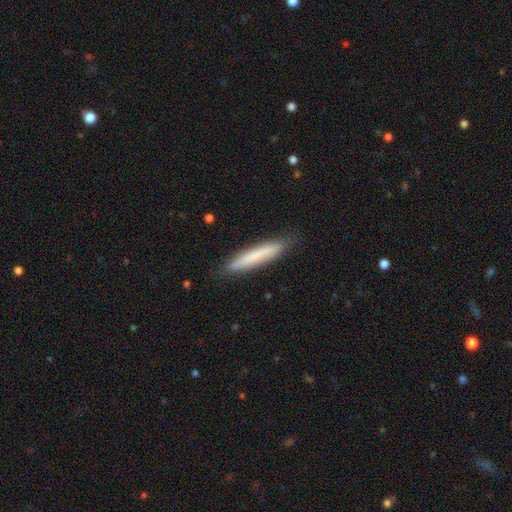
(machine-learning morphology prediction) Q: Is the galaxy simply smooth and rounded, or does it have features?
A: smooth — 74%.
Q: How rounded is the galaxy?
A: cigar-shaped — 93%.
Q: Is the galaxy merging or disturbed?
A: none — 86%.